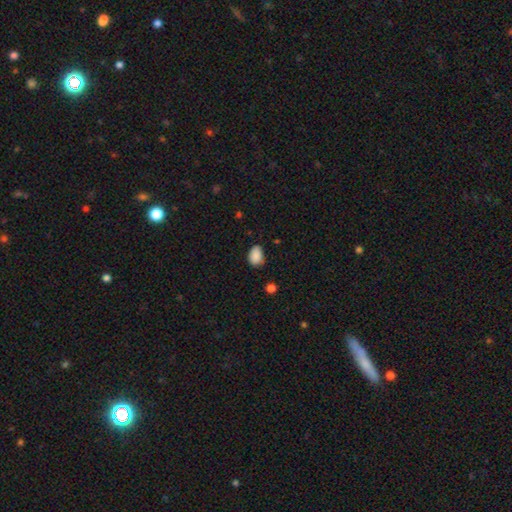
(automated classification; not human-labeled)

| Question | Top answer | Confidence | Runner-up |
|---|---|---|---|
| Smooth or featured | smooth | 87% | star or artifact (9%) |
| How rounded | in between | 80% | round (19%) |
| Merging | none | 67% | minor disturbance (26%) |